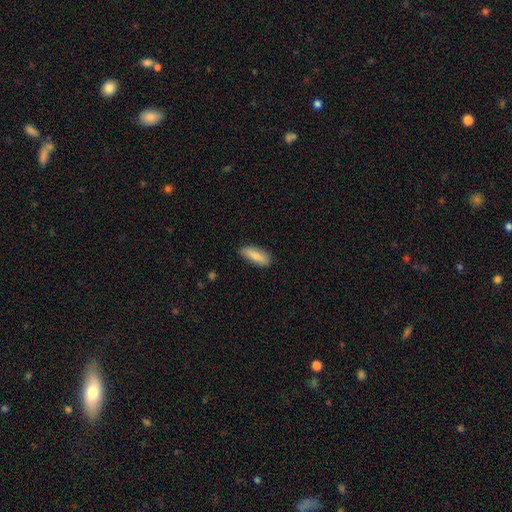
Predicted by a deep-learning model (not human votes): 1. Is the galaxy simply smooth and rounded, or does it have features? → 79% smooth, 15% featured or disk, 6% star or artifact.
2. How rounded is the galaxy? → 63% in between, 35% cigar-shaped, 2% round.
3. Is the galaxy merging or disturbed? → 83% none, 13% minor disturbance, 2% major disturbance, 1% merger.